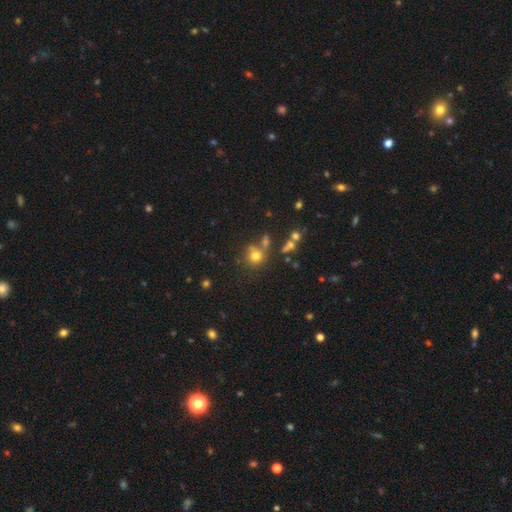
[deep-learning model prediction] Smooth or featured? Predicted: smooth (p=0.72). How rounded? Predicted: round (p=0.87). Merging? Predicted: none (p=0.60).